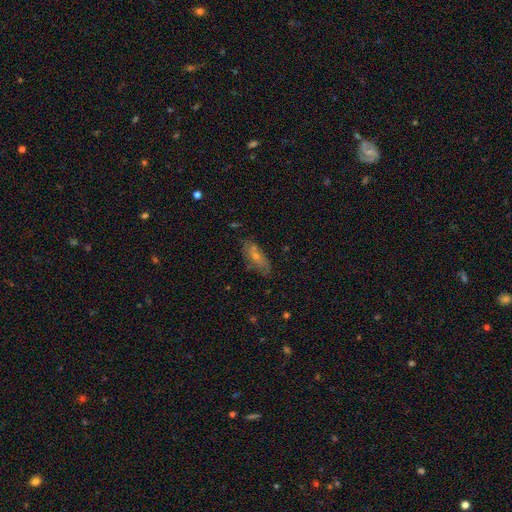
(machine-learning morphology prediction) The model was most divided on "smooth or featured": featured or disk: 44%, smooth: 42%, star or artifact: 14%. More confident: merging — none (77%).